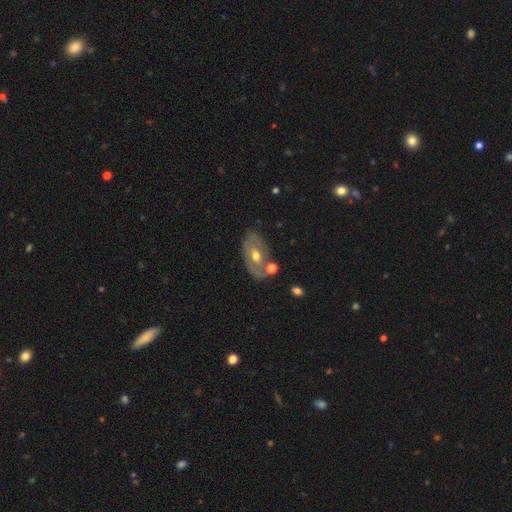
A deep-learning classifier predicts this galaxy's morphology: Smooth or featured? featured or disk (58%)
Edge-on disk? no (90%)
Bar? no (67%)
Spiral arms? no (69%)
Bulge size? moderate (72%)
Merging? none (64%)